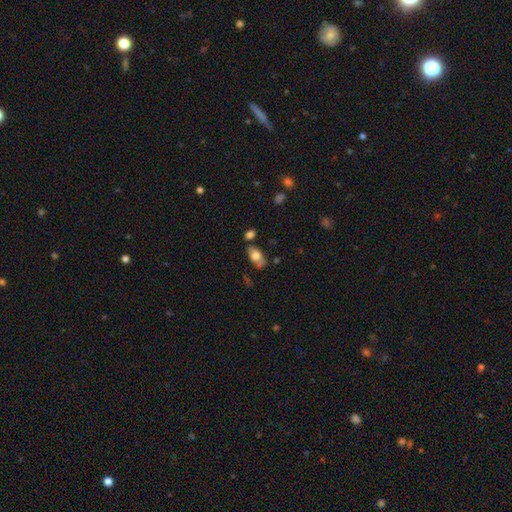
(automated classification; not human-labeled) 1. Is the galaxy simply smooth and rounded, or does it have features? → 71% smooth, 22% featured or disk, 7% star or artifact.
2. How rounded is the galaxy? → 92% in between, 4% round, 4% cigar-shaped.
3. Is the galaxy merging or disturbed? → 65% none, 21% minor disturbance, 9% merger, 5% major disturbance.